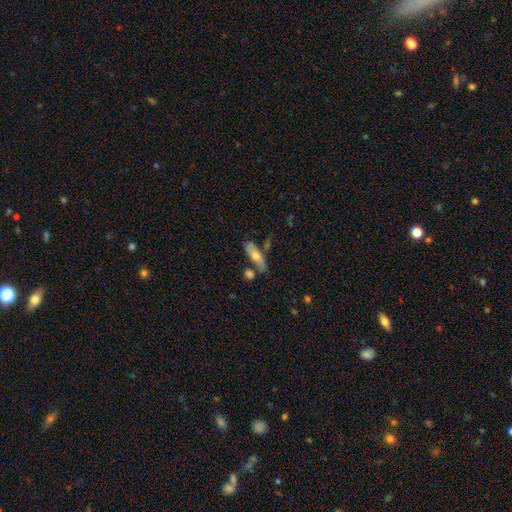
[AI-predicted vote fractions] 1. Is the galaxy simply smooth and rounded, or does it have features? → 62% smooth, 32% featured or disk, 6% star or artifact.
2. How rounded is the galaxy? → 52% in between, 45% cigar-shaped, 3% round.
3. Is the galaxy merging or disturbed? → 59% none, 19% minor disturbance, 16% merger, 6% major disturbance.